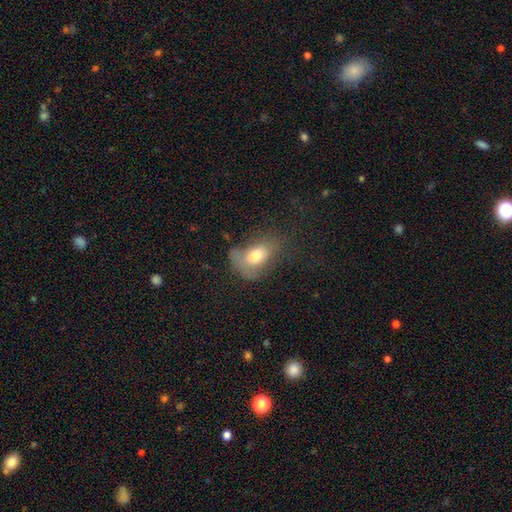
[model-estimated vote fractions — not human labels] Smooth or featured?
  - smooth: 66% *
  - featured or disk: 23%
  - star or artifact: 11%
How rounded?
  - in between: 81% *
  - round: 16%
  - cigar-shaped: 2%
Merging?
  - major disturbance: 33% * (tied)
  - none: 33% * (tied)
  - minor disturbance: 30%
  - merger: 4%